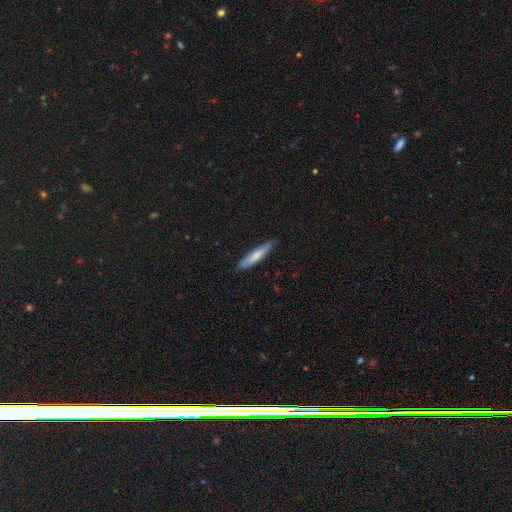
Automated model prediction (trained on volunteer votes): Smooth or featured?
  - smooth: 71% *
  - featured or disk: 24%
  - star or artifact: 5%
How rounded?
  - cigar-shaped: 86% *
  - in between: 13%
  - round: 1%
Merging?
  - none: 84% *
  - minor disturbance: 13%
  - major disturbance: 2%
  - merger: 1%